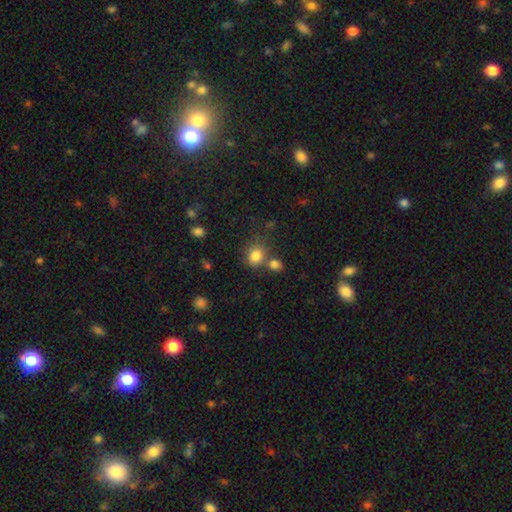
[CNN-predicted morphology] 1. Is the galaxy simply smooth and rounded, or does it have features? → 82% smooth, 12% star or artifact, 7% featured or disk.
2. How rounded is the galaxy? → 62% round, 37% in between, 1% cigar-shaped.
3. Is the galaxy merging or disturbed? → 59% none, 24% merger, 13% minor disturbance, 5% major disturbance.